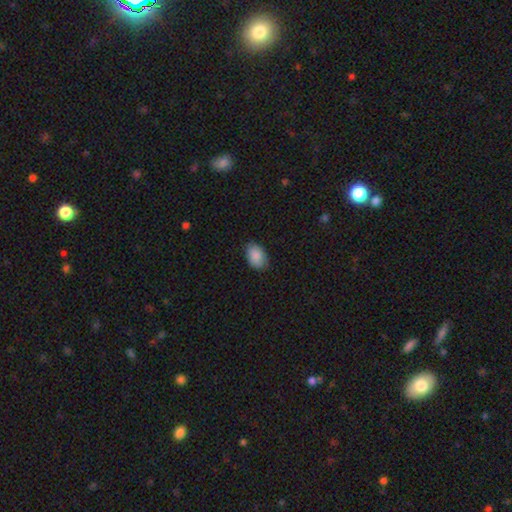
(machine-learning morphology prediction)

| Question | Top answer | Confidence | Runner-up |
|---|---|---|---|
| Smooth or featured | smooth | 87% | star or artifact (7%) |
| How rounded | in between | 88% | round (11%) |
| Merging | none | 82% | minor disturbance (14%) |